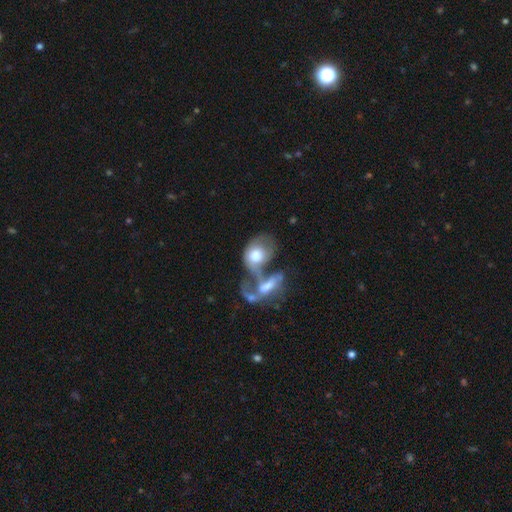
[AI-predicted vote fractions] smooth-or-featured: smooth: 51% | featured or disk: 41% | star or artifact: 8%
  how-rounded: in between: 72% | round: 25% | cigar-shaped: 3%
  merging: merger: 67% | major disturbance: 19% | none: 8% | minor disturbance: 6%